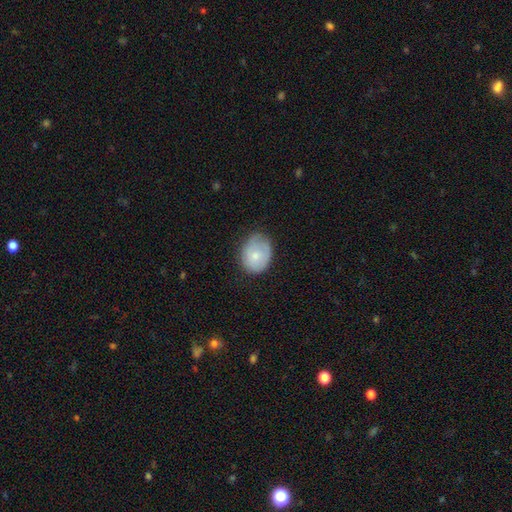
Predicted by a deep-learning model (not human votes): Morphology: type=smooth (69%); roundness=in between (51%); merging=none (55%).